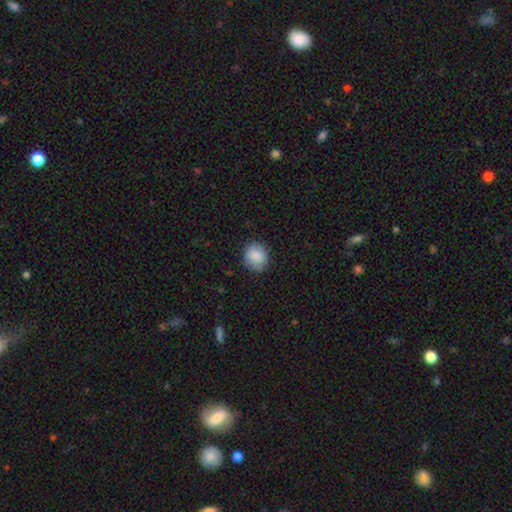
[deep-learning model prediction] This appears to be a smooth galaxy with no disk features (88%) that is round (77%). Merging: none (82%).